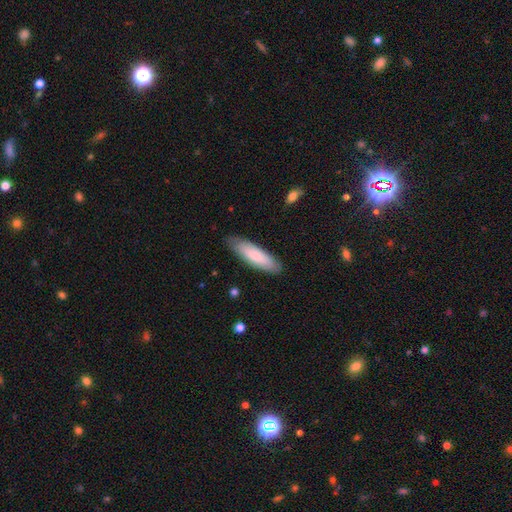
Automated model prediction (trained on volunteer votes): smooth 76%, featured or disk 19%, star or artifact 5%. Down the decision tree: how rounded — cigar-shaped (57%); merging — none (84%).